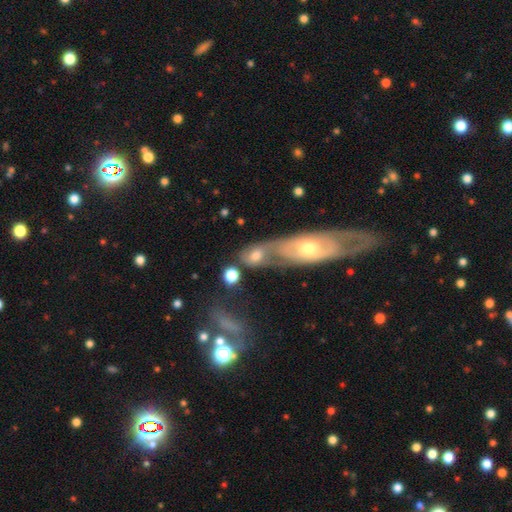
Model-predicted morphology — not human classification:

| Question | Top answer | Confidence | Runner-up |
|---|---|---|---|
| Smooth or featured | smooth | 59% | featured or disk (31%) |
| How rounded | in between | 70% | round (24%) |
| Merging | merger | 54% | none (24%) |